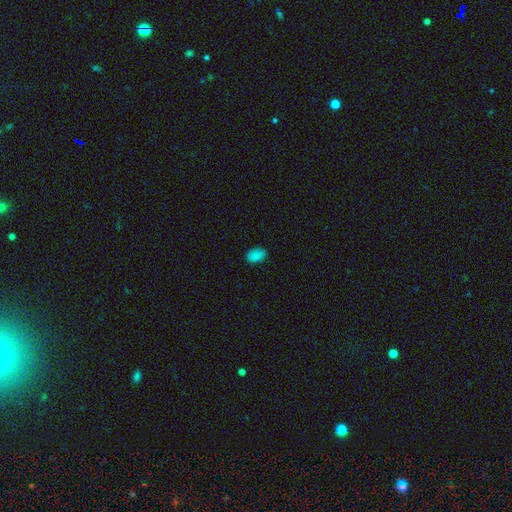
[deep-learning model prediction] This is clearly a smooth galaxy (85%). How rounded: clearly in between (88%). Merging: clearly none (85%).